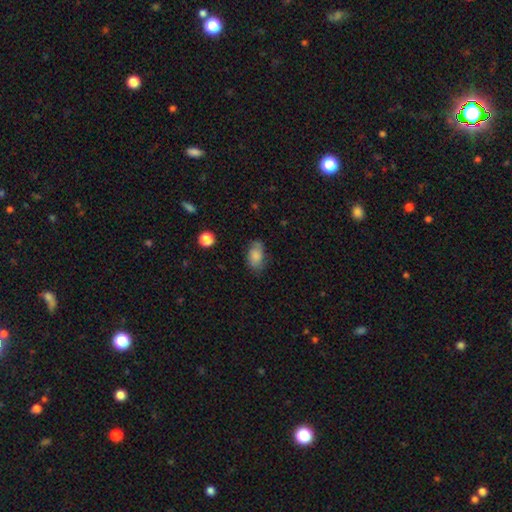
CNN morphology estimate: This is likely a smooth galaxy (79%). How rounded: clearly in between (89%). Merging: likely none (67%).